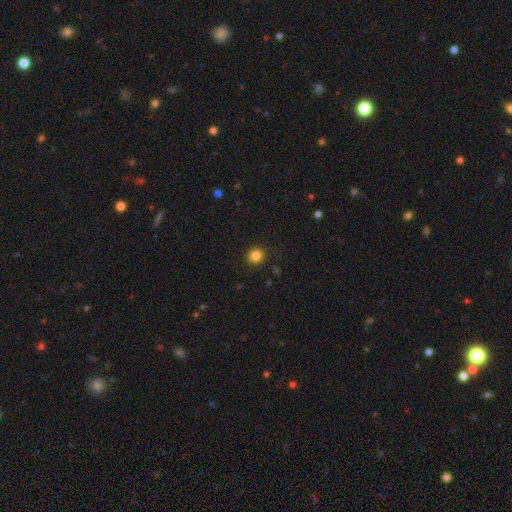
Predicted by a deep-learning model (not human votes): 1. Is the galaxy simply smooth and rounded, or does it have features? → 84% smooth, 12% star or artifact, 4% featured or disk.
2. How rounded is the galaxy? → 93% round, 7% in between, 1% cigar-shaped.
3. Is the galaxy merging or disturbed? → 91% none, 6% minor disturbance, 2% major disturbance, 1% merger.